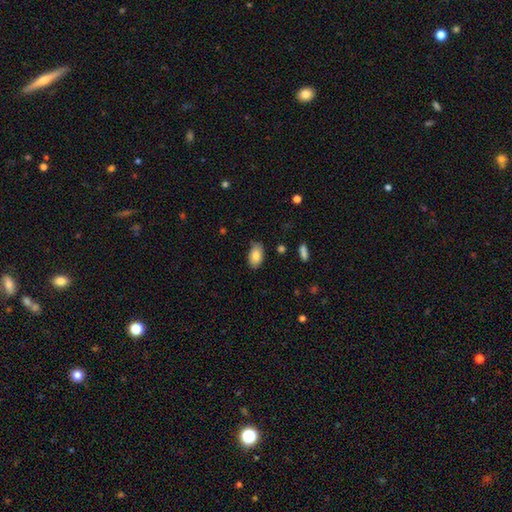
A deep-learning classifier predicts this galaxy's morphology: A smooth galaxy with no disk features (82%) that is in between round and cigar-shaped (93%). Merging: none (82%).